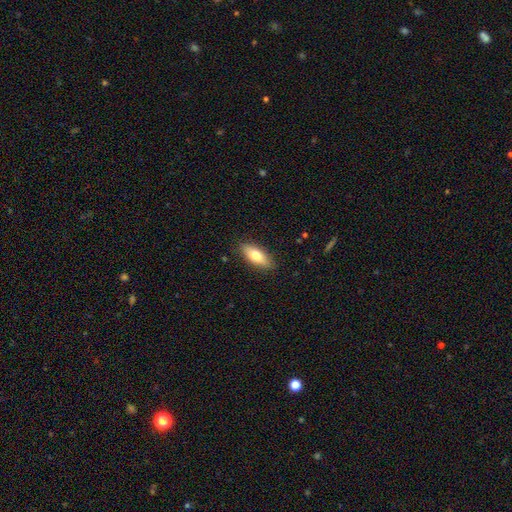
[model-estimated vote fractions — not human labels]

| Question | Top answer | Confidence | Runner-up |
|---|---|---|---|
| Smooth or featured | smooth | 74% | featured or disk (20%) |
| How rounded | in between | 77% | cigar-shaped (20%) |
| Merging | none | 87% | minor disturbance (10%) |